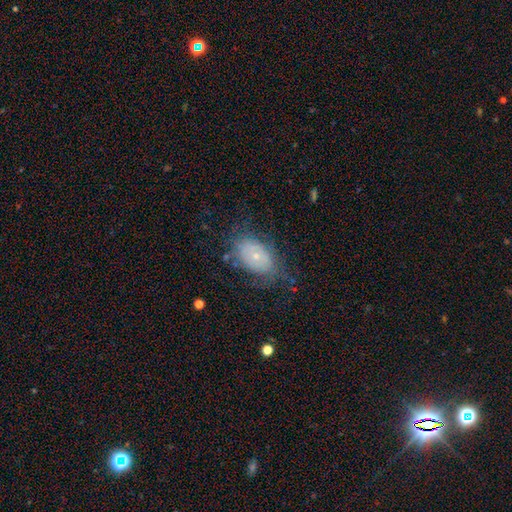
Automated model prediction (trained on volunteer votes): smooth 47%, featured or disk 42%, star or artifact 11%. Down the decision tree: merging — none (59%).